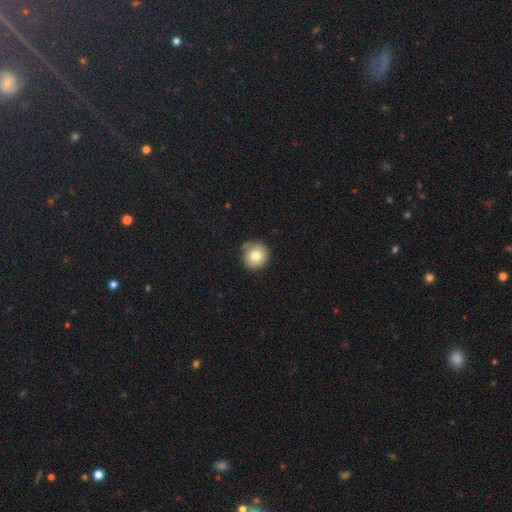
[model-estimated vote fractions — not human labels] Morphology: type=smooth (78%); roundness=round (92%); merging=none (74%).